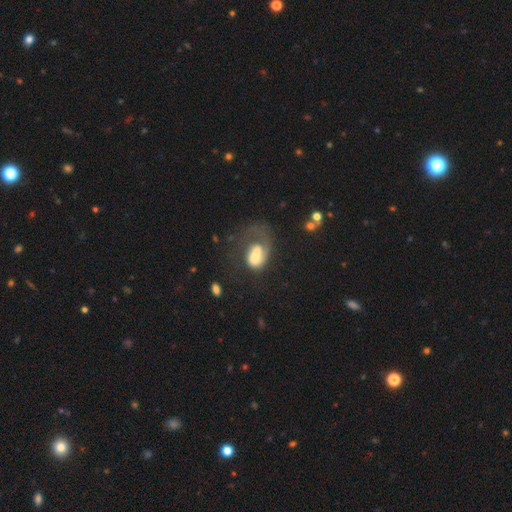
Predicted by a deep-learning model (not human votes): smooth-or-featured: featured or disk: 52% | smooth: 39% | star or artifact: 8%
  disk-edge-on: no: 97% | yes: 3%
    bar: no: 74% | weak: 20% | strong: 5%
    has-spiral-arms: yes: 61% | no: 39%
    bulge-size: moderate: 43% | large: 23% | small: 20% | none: 9% | dominant: 5%
  merging: major disturbance: 43% | merger: 27% | none: 18% | minor disturbance: 12%